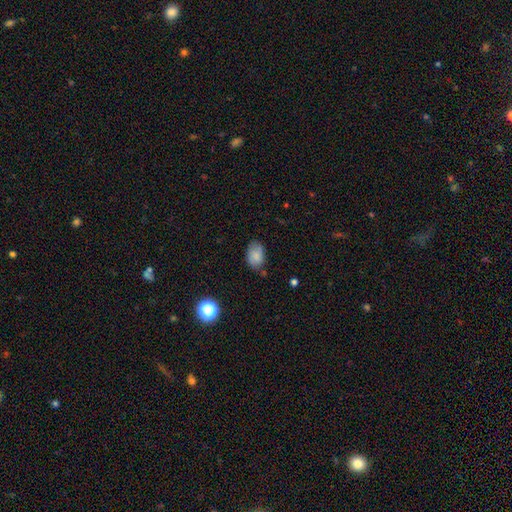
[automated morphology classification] This appears to be a smooth galaxy with no disk features (80%) that is in between round and cigar-shaped (85%). Merging: none (70%).